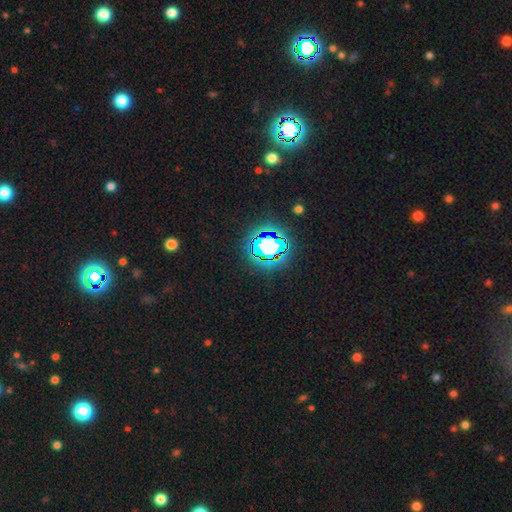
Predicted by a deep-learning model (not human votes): smooth_or_featured: star or artifact (p=0.82) [alt: smooth p=0.11]